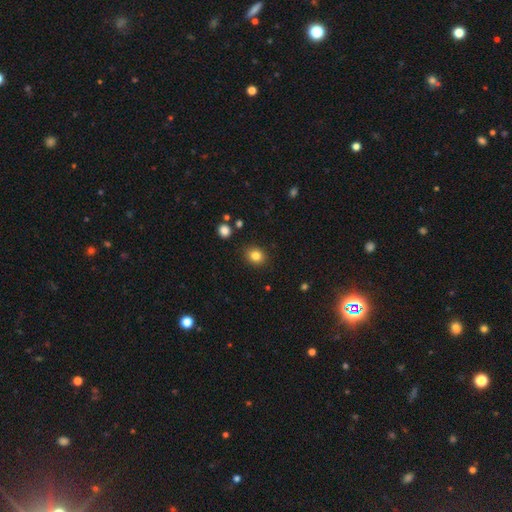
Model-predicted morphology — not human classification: smooth 83%, star or artifact 11%, featured or disk 6%. Down the decision tree: how rounded — round (70%); merging — none (88%).